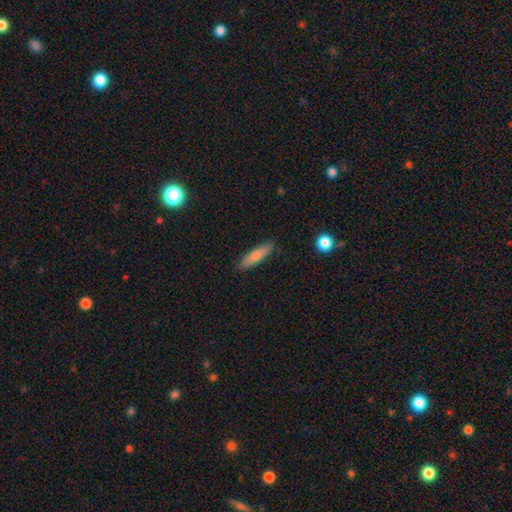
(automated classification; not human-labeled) smooth-or-featured: smooth: 72% | featured or disk: 21% | star or artifact: 7%
  how-rounded: cigar-shaped: 78% | in between: 20% | round: 2%
  merging: none: 89% | minor disturbance: 8% | major disturbance: 2% | merger: 1%